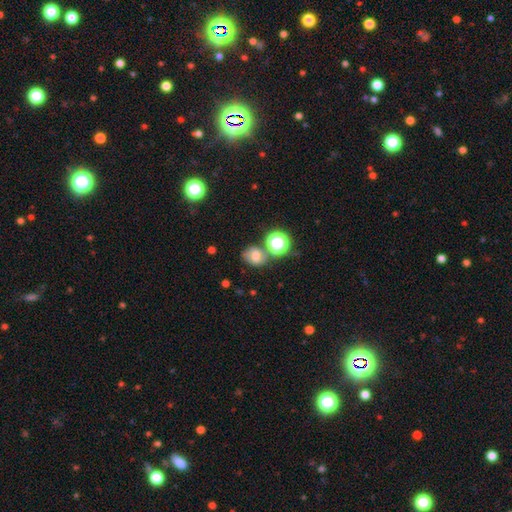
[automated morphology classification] Smooth or featured?
  - smooth: 62% *
  - star or artifact: 19%
  - featured or disk: 19%
How rounded?
  - round: 53% *
  - in between: 46%
  - cigar-shaped: 1%
Merging?
  - none: 59% *
  - minor disturbance: 18%
  - merger: 16%
  - major disturbance: 7%